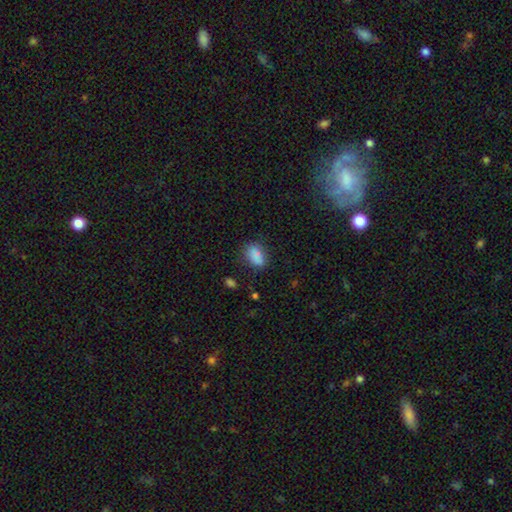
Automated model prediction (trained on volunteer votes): smooth 83%, star or artifact 10%, featured or disk 7%. Down the decision tree: how rounded — in between (86%); merging — none (67%).